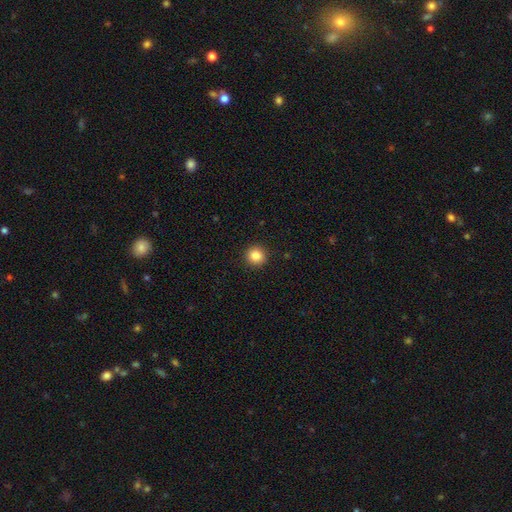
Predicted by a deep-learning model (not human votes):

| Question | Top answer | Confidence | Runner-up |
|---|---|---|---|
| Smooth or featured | smooth | 84% | star or artifact (10%) |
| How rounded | round | 93% | in between (6%) |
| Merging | none | 93% | minor disturbance (5%) |